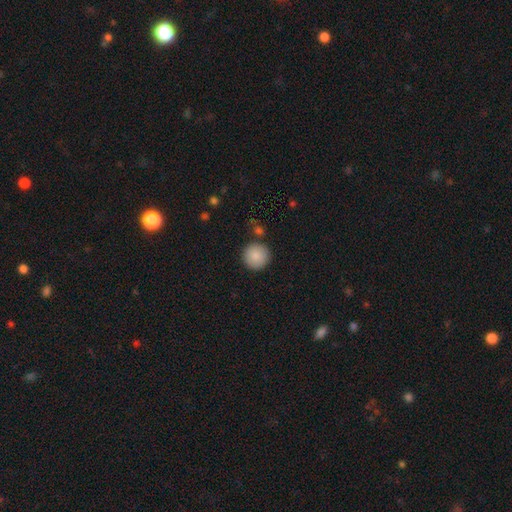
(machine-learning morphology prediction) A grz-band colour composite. It shows a smooth galaxy with no disk features (87%) that is round (96%). Merging: none (88%).